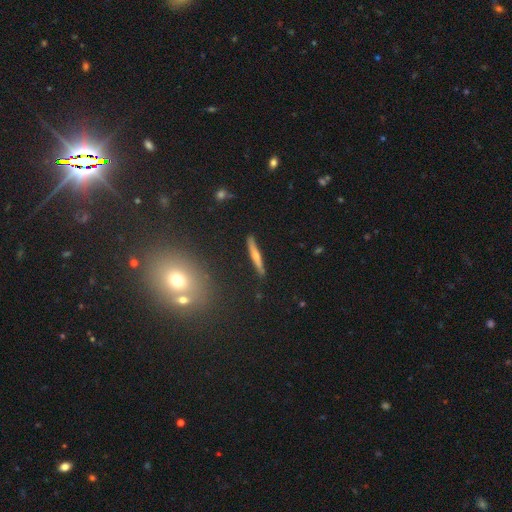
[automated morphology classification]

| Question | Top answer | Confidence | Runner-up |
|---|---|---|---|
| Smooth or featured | featured or disk | 60% | smooth (31%) |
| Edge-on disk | yes | 95% | no (5%) |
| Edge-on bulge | rounded | 82% | none (13%) |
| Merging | none | 88% | minor disturbance (8%) |